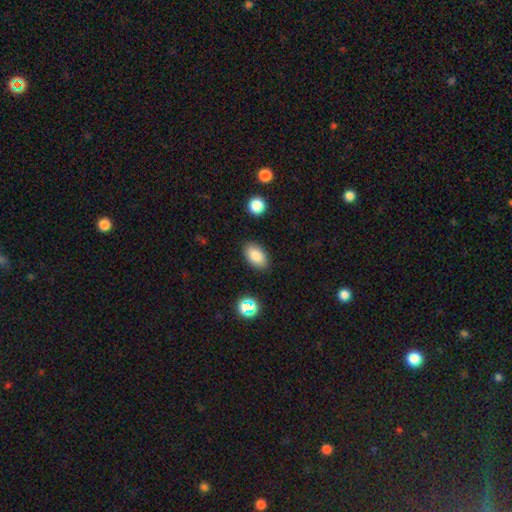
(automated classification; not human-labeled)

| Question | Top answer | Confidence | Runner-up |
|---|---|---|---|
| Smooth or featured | smooth | 84% | star or artifact (9%) |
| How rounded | in between | 92% | round (7%) |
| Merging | none | 86% | minor disturbance (9%) |